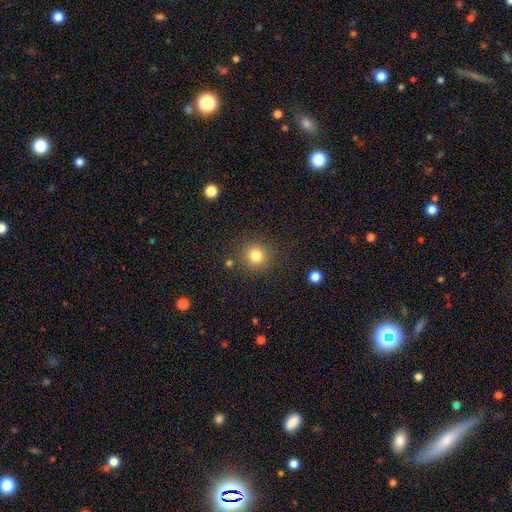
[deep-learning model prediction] A smooth galaxy with no disk features (82%) that is round (94%).

Vote fractions:
- Smooth or featured? smooth: 82% / star or artifact: 12% / featured or disk: 6%
- How rounded? round: 94% / in between: 5% / cigar-shaped: 1%
- Merging? none: 87% / minor disturbance: 7% / major disturbance: 3% / merger: 3%